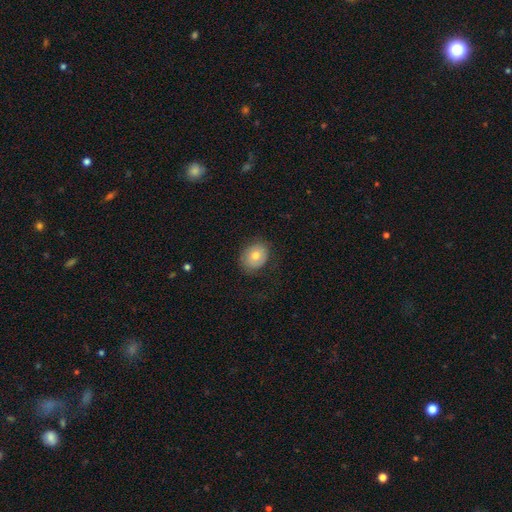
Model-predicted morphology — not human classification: Smooth or featured? Predicted: smooth (p=0.70). How rounded? Predicted: in between (p=0.50, tied with round). Merging? Predicted: none (p=0.77).